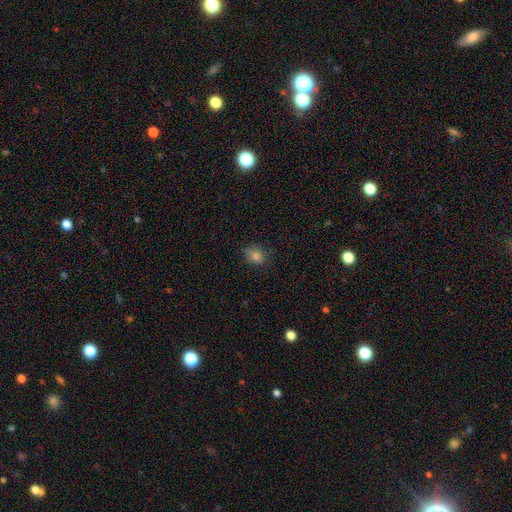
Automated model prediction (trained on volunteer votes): smooth 78%, star or artifact 15%, featured or disk 6%. Down the decision tree: how rounded — in between (51%); merging — none (79%).